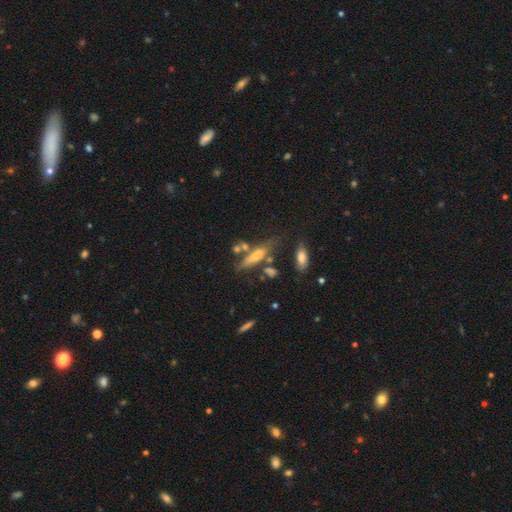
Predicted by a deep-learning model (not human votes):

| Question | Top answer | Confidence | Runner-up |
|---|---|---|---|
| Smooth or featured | smooth | 48% | featured or disk (40%) |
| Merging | none | 58% | minor disturbance (18%) |